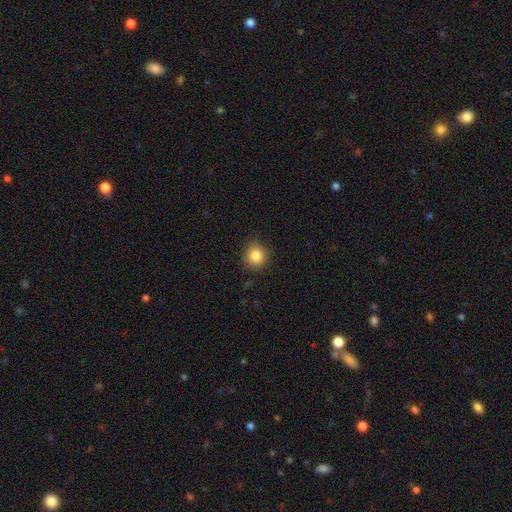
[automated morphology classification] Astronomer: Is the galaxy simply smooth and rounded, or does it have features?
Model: smooth — 84%.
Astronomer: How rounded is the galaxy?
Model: round — 87%.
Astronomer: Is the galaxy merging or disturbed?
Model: none — 87%.